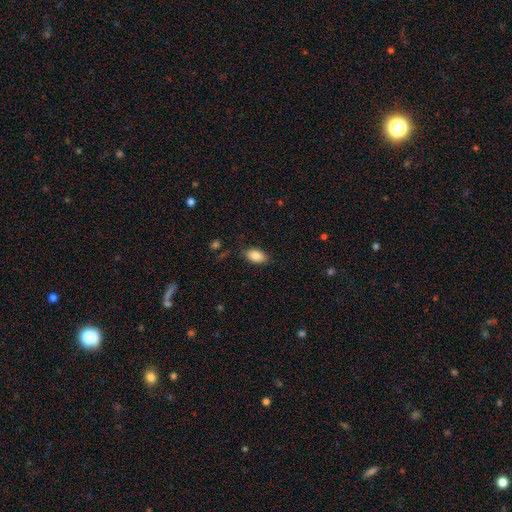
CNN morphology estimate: This appears to be a smooth galaxy with no disk features (85%) that is in between round and cigar-shaped (92%). Merging: none (81%).